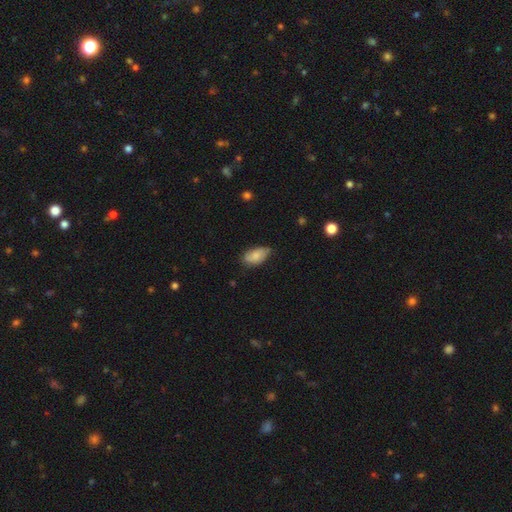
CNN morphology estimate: Q: Smooth or featured?
A: smooth (74%); runner-up: featured or disk (19%)
Q: How rounded?
A: in between (93%); runner-up: round (4%)
Q: Merging?
A: none (62%); runner-up: minor disturbance (31%)